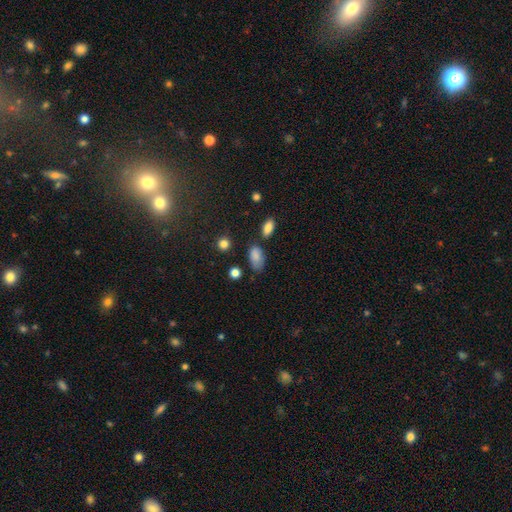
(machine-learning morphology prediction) Smooth or featured?
  - smooth: 84% *
  - star or artifact: 9%
  - featured or disk: 6%
How rounded?
  - in between: 89% *
  - round: 8%
  - cigar-shaped: 3%
Merging?
  - none: 59% *
  - minor disturbance: 27%
  - major disturbance: 7%
  - merger: 6%